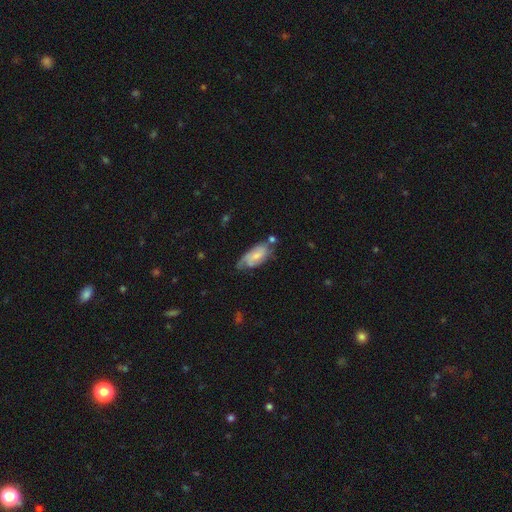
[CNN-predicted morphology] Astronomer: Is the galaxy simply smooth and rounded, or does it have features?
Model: smooth — 49% (runner-up: featured or disk, 44%).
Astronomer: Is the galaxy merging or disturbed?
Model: none — 45% (runner-up: minor disturbance, 33%).